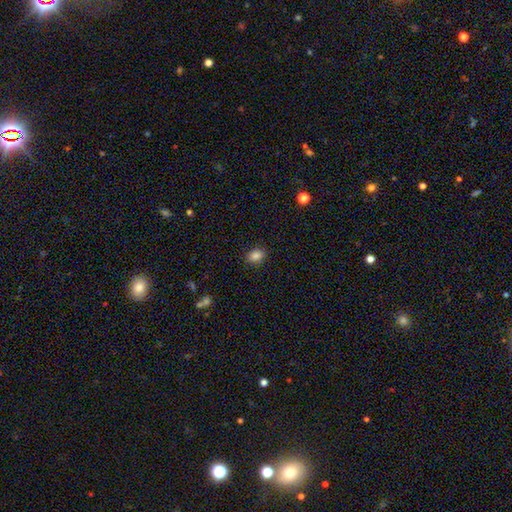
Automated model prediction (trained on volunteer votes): Overall: smooth (86%). How rounded: in between (73%). Merging: none (88%).